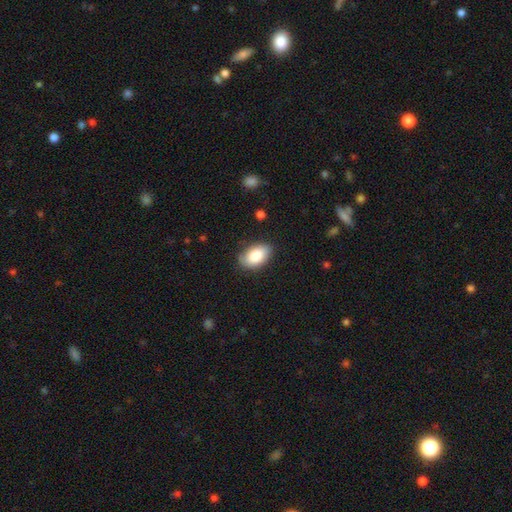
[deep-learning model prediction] smooth-or-featured: smooth: 84% | featured or disk: 10% | star or artifact: 7%
  how-rounded: in between: 92% | round: 6% | cigar-shaped: 1%
  merging: none: 81% | minor disturbance: 14% | major disturbance: 3% | merger: 1%